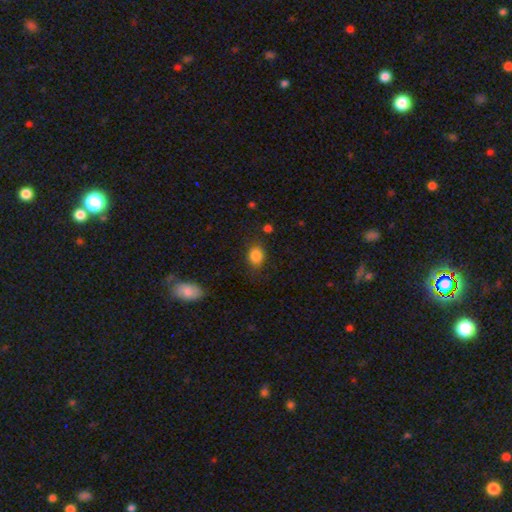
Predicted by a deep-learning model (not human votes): Overall: smooth (84%). How rounded: round (55%; in between 44%). Merging: none (73%).